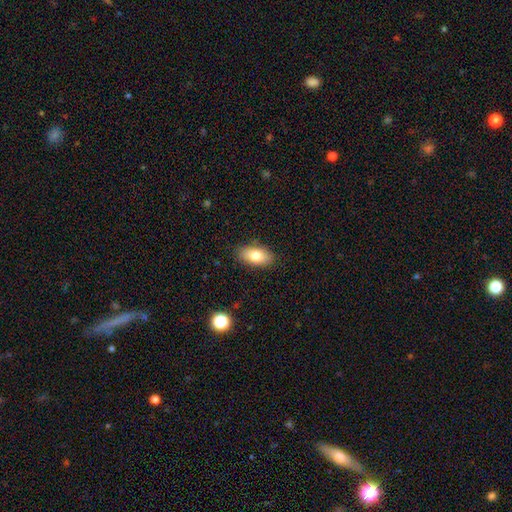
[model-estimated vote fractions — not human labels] This is likely a smooth galaxy (79%). How rounded: clearly in between (90%). Merging: clearly none (87%).